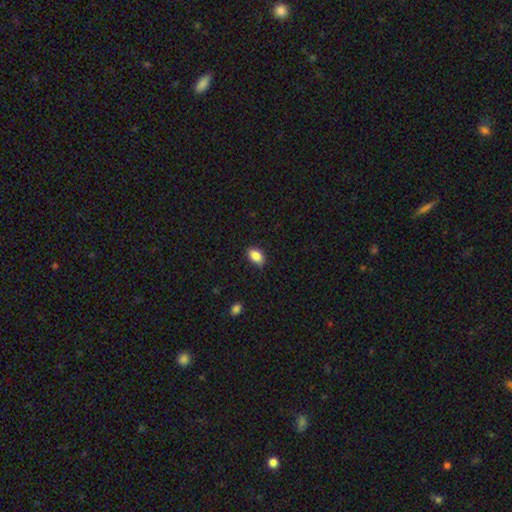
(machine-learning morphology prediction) smooth-or-featured: smooth: 87% | star or artifact: 8% | featured or disk: 5%
  how-rounded: in between: 88% | round: 10% | cigar-shaped: 2%
  merging: none: 81% | minor disturbance: 15% | major disturbance: 3% | merger: 1%